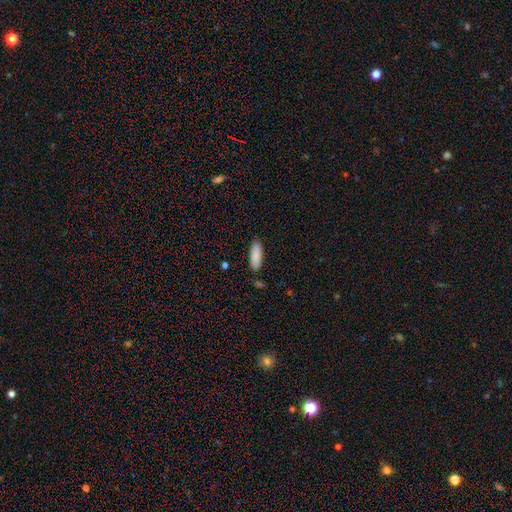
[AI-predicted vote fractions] A smooth galaxy with no disk features (88%) that is in between round and cigar-shaped (63%).

Vote fractions:
- Smooth or featured? smooth: 88% / featured or disk: 6% / star or artifact: 6%
- How rounded? in between: 63% / cigar-shaped: 35% / round: 1%
- Merging? none: 85% / minor disturbance: 11% / merger: 2% / major disturbance: 2%